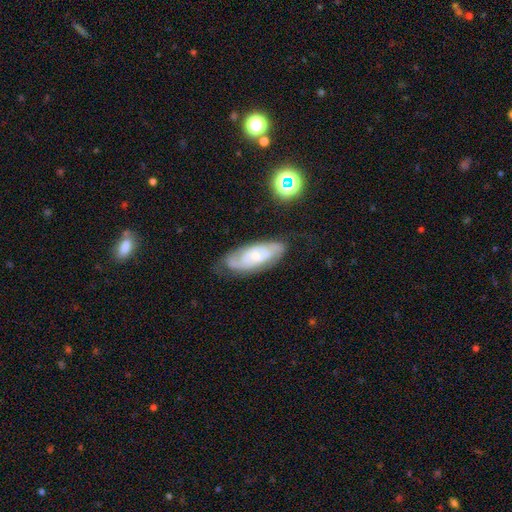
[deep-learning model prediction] Q: Smooth or featured?
A: featured or disk (73%); runner-up: smooth (20%)
Q: Edge-on disk?
A: no (91%); runner-up: yes (9%)
Q: Bar?
A: no (61%); runner-up: weak (31%)
Q: Spiral arms?
A: yes (89%); runner-up: no (11%)
Q: Spiral winding?
A: tight (55%); runner-up: medium (35%)
Q: Spiral arm count?
A: 2 (50%); runner-up: can't tell (35%)
Q: Bulge size?
A: small (67%); runner-up: moderate (25%)
Q: Merging?
A: none (68%); runner-up: minor disturbance (22%)